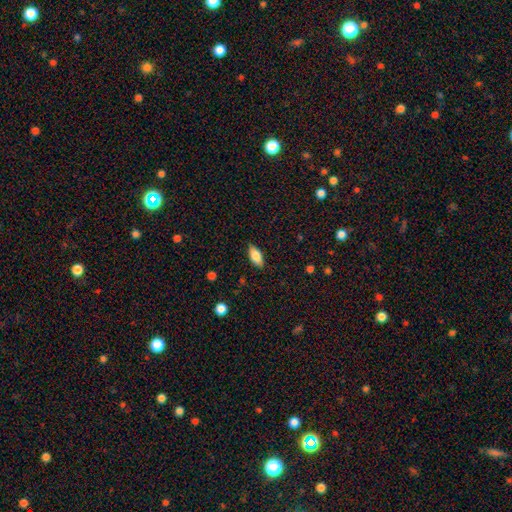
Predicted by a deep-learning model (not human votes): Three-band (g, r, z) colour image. It shows a smooth galaxy with no disk features (82%) that is in between round and cigar-shaped (88%). Merging: none (85%).